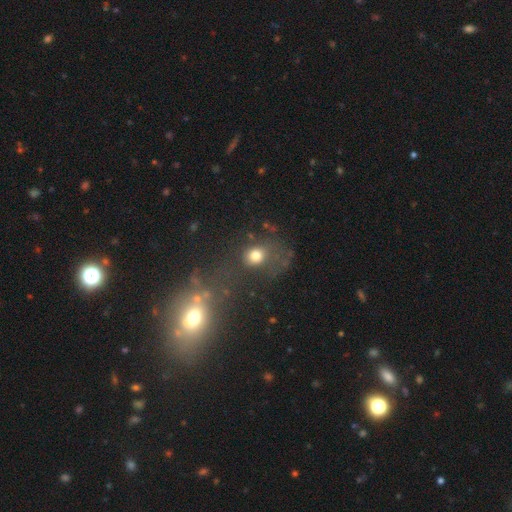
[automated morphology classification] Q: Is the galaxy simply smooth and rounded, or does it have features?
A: smooth — 70%.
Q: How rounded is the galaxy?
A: round — 64%.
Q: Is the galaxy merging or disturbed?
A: none — 46%.